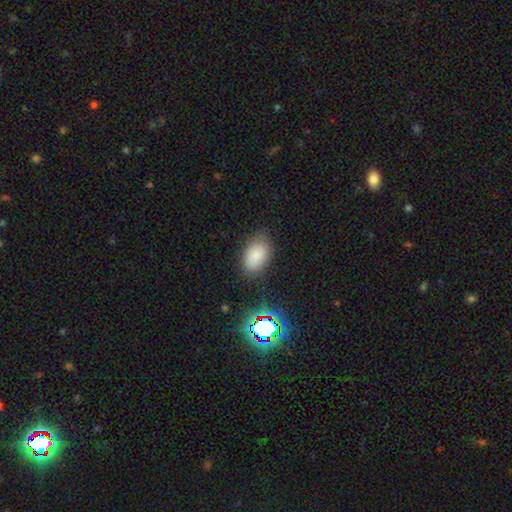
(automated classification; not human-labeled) Morphology: type=smooth (82%); roundness=in between (89%); merging=none (77%).